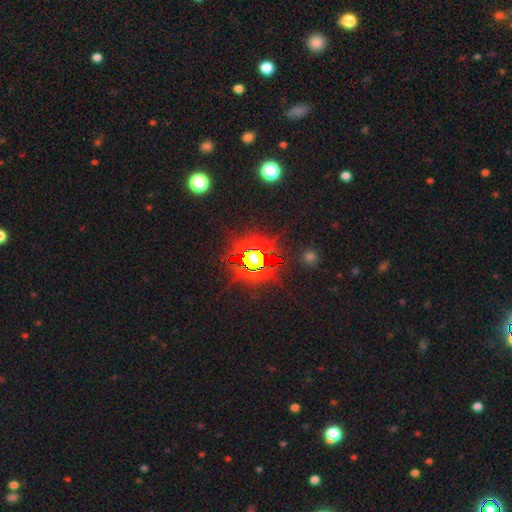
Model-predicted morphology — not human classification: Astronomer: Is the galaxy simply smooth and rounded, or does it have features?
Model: star or artifact — 75%.